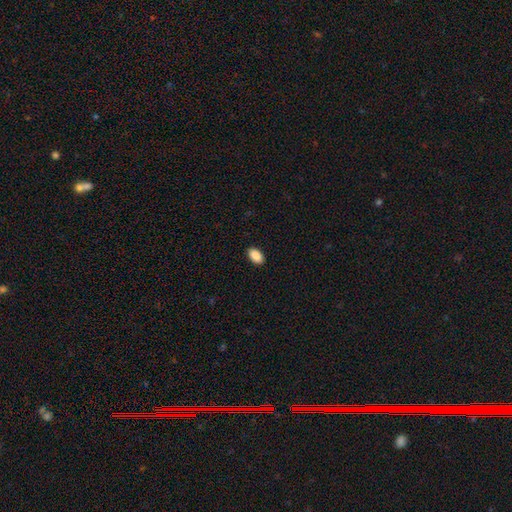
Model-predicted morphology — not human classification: Overall: smooth (90%). How rounded: in between (94%). Merging: none (90%).